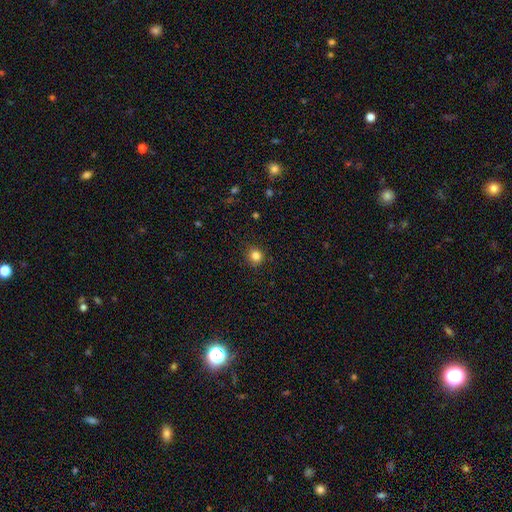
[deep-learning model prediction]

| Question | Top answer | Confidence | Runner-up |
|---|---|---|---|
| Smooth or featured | smooth | 83% | star or artifact (13%) |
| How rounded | round | 89% | in between (10%) |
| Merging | none | 90% | minor disturbance (7%) |